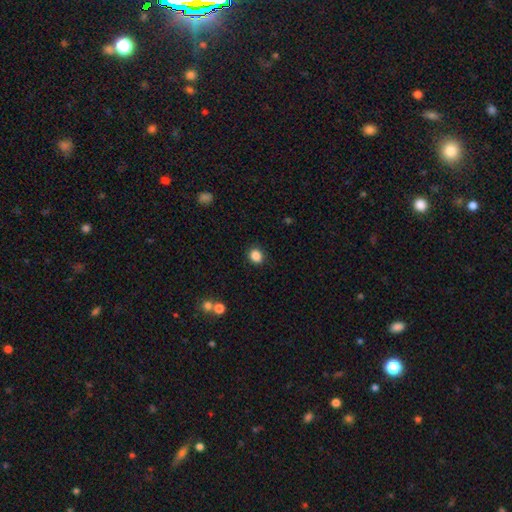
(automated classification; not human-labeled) A smooth galaxy with no disk features (87%) that is round (64%). Merging: none (87%).